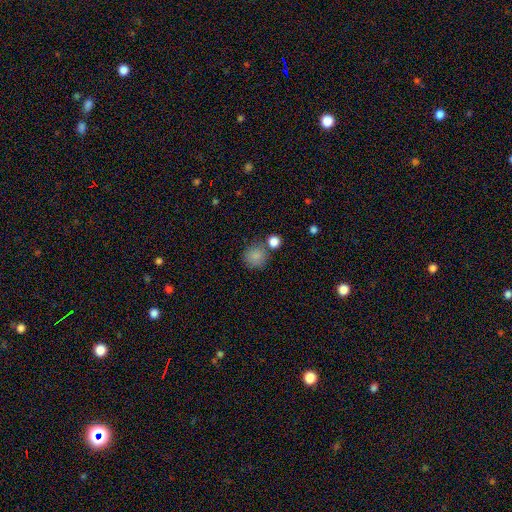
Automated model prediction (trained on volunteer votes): smooth 85%, star or artifact 10%, featured or disk 5%. Down the decision tree: how rounded — round (90%); merging — none (72%).